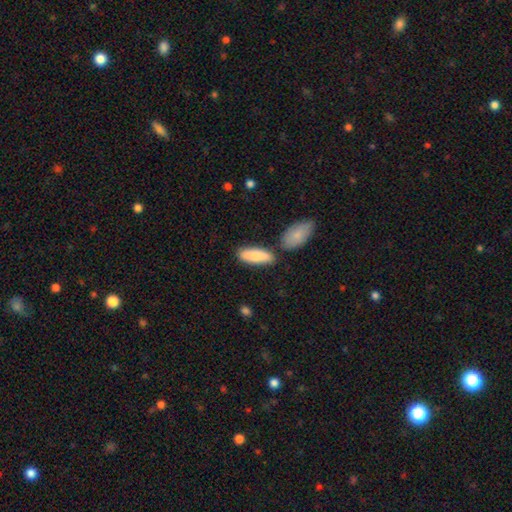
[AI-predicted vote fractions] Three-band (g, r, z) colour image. It shows a smooth galaxy with no disk features (83%) that is in between round and cigar-shaped (64%). Merging: none (71%).